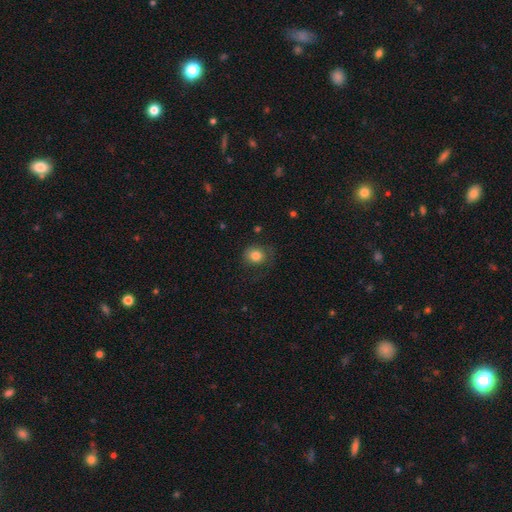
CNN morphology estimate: smooth-or-featured: smooth: 80% | star or artifact: 10% | featured or disk: 10%
  how-rounded: round: 75% | in between: 24% | cigar-shaped: 1%
  merging: none: 67% | minor disturbance: 19% | major disturbance: 12% | merger: 1%